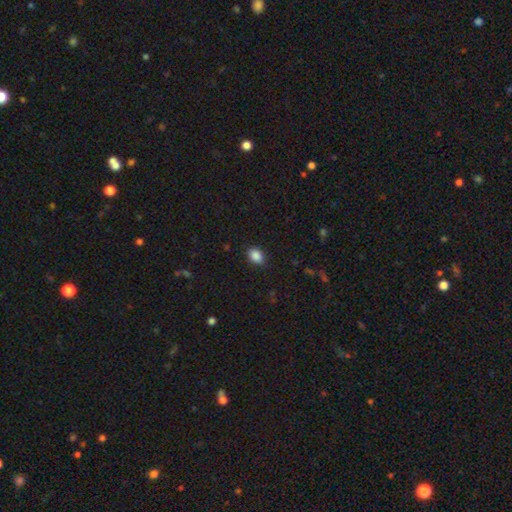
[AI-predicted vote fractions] This is clearly a smooth galaxy (88%). How rounded: likely in between (74%). Merging: clearly none (84%).